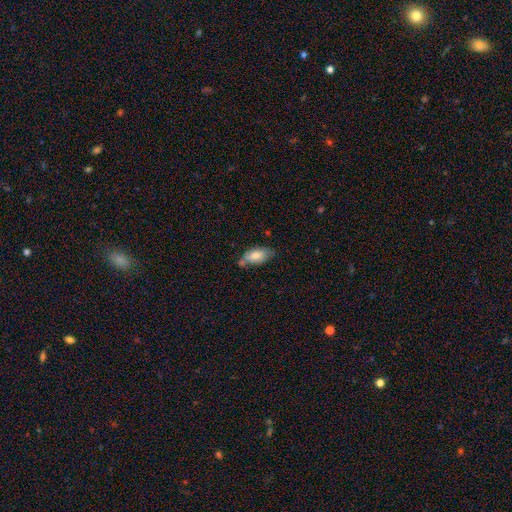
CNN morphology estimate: The model was most divided on "merging": none: 51%, minor disturbance: 28%, merger: 14%, major disturbance: 7%. More confident: how rounded — in between (90%); smooth or featured — smooth (77%).